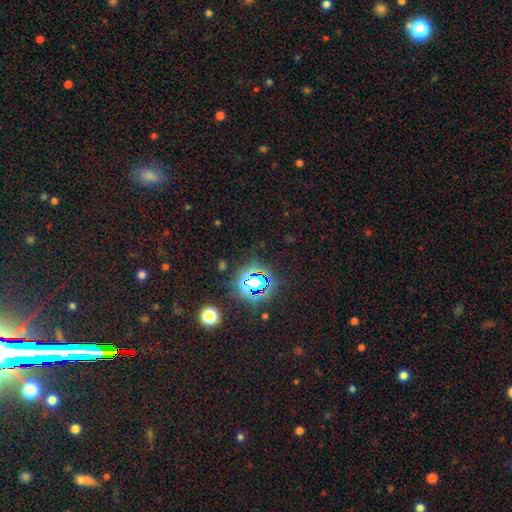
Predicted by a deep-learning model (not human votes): star or artifact 77%, smooth 15%, featured or disk 7%.